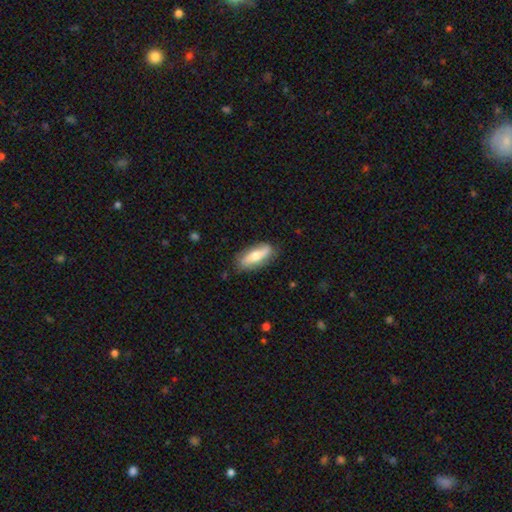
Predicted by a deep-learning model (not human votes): Smooth or featured: smooth — 50% (featured or disk — 44%)
How rounded: in between — 64% (cigar-shaped — 33%)
Merging: none — 81% (minor disturbance — 14%)